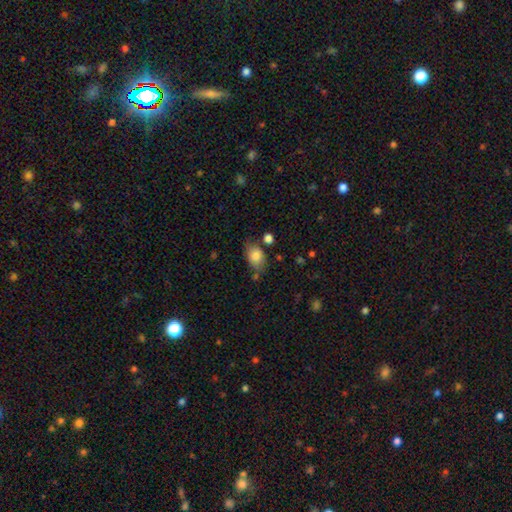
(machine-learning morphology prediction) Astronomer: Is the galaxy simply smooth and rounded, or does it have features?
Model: smooth — 83%.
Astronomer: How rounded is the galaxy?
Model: in between — 76%.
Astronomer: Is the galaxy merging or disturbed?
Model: none — 63%.